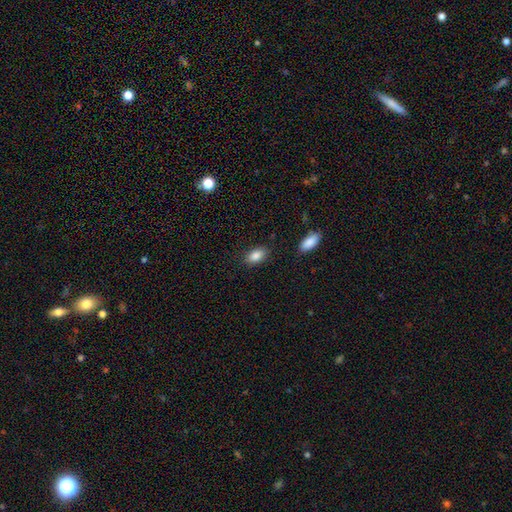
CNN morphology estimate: Smooth or featured? Predicted: smooth (p=0.86). How rounded? Predicted: in between (p=0.91). Merging? Predicted: none (p=0.84).